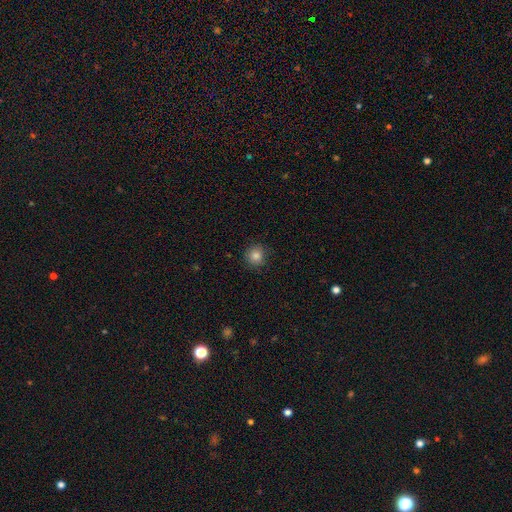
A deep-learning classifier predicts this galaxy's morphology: Smooth or featured? Predicted: smooth (p=0.83). How rounded? Predicted: round (p=0.90). Merging? Predicted: none (p=0.86).